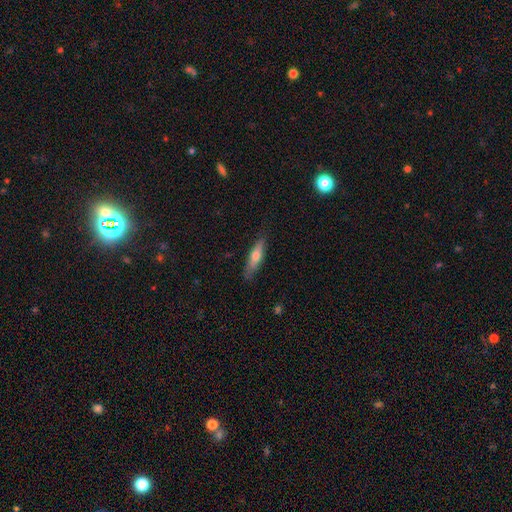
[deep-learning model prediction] Smooth or featured? smooth (59%)
How rounded? cigar-shaped (72%)
Merging? none (80%)